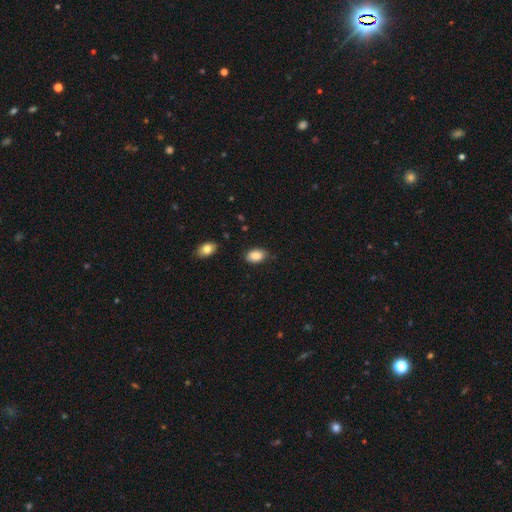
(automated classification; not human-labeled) The model was most divided on "merging": none: 78%, minor disturbance: 17%, major disturbance: 3%, merger: 2%. More confident: how rounded — in between (89%); smooth or featured — smooth (86%).